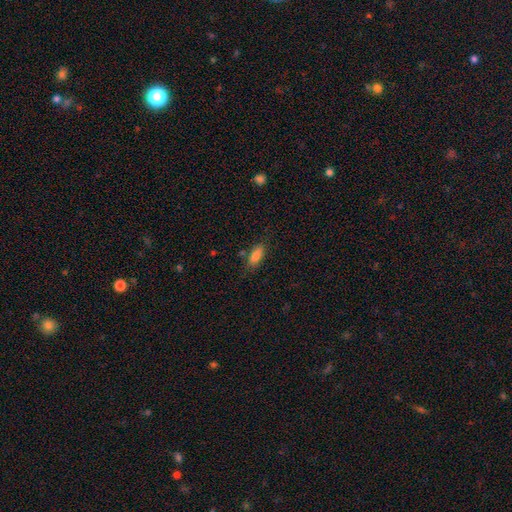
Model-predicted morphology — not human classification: Smooth or featured? Predicted: smooth (p=0.84). How rounded? Predicted: in between (p=0.79). Merging? Predicted: none (p=0.78).